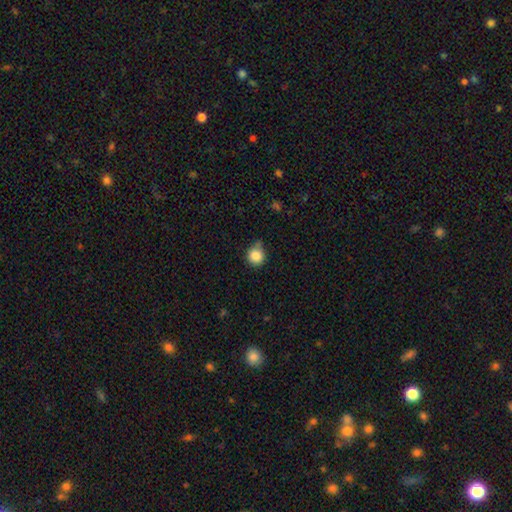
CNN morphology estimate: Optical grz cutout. It shows a smooth galaxy with no disk features (85%) that is round (88%). Merging: none (54%).